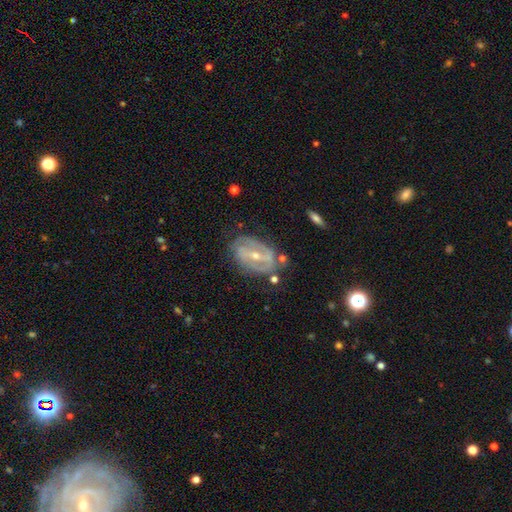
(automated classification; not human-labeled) featured or disk 83%, smooth 10%, star or artifact 6%. Down the decision tree: edge-on disk — no (94%); bar — strong (55%); spiral arms — yes (80%); spiral arm count — 2 (70%); spiral winding — tight (47%); bulge size — small (54%); merging — none (70%).